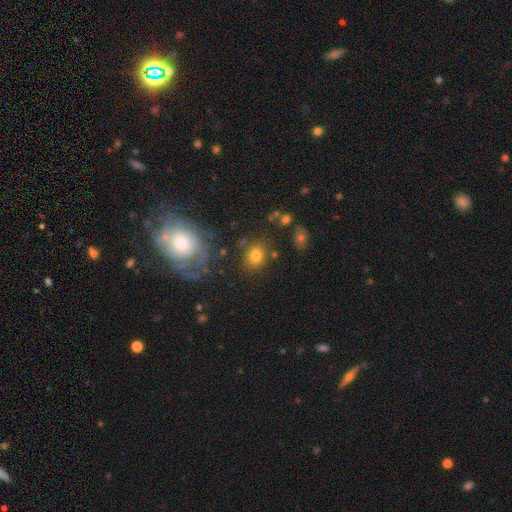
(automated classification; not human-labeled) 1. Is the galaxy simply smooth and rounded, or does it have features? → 75% smooth, 13% star or artifact, 12% featured or disk.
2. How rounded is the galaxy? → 62% round, 37% in between, 1% cigar-shaped.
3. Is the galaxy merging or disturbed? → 79% none, 11% minor disturbance, 5% merger, 5% major disturbance.